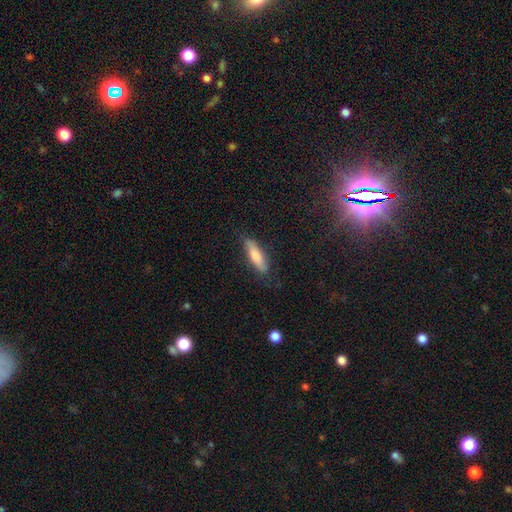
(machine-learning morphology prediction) Q: Smooth or featured?
A: smooth (78%); runner-up: featured or disk (16%)
Q: How rounded?
A: cigar-shaped (58%); runner-up: in between (40%)
Q: Merging?
A: none (79%); runner-up: minor disturbance (16%)